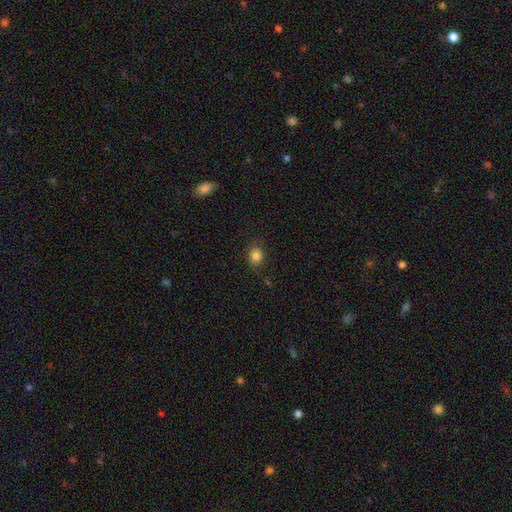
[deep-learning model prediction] Morphology: type=smooth (84%); roundness=round (76%); merging=none (87%).